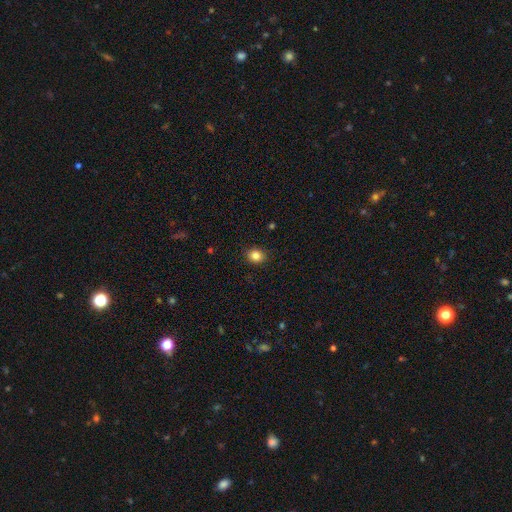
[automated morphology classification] smooth 85%, star or artifact 10%, featured or disk 4%. Down the decision tree: how rounded — round (62%); merging — none (89%).